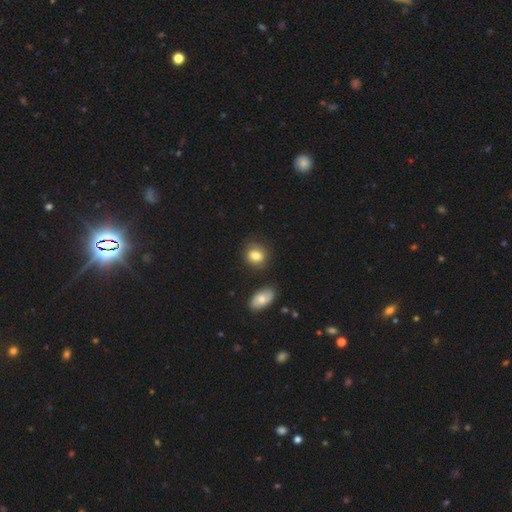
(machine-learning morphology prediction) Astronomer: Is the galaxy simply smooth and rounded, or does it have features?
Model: smooth — 79%.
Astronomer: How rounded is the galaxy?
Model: round — 62%.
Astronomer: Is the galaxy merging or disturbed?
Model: none — 78%.